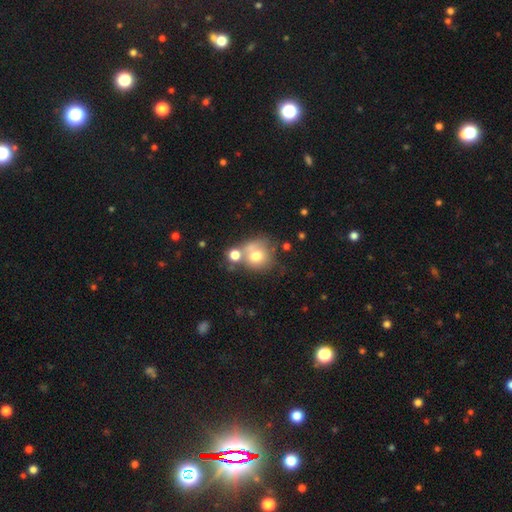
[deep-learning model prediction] Morphology: type=smooth (68%); roundness=round (85%); merging=none (43%).